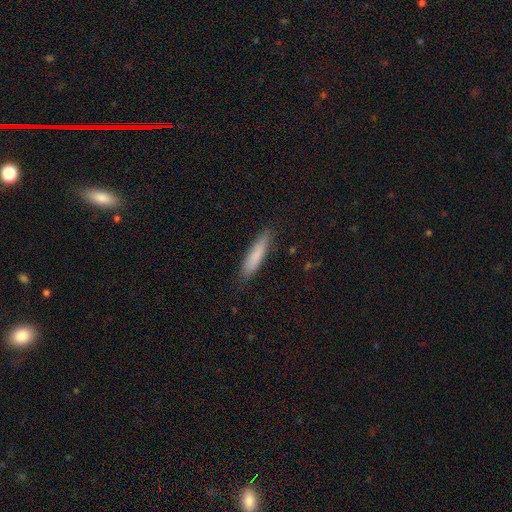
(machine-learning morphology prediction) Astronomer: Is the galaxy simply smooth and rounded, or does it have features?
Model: smooth — 82%.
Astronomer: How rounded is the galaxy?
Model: cigar-shaped — 83%.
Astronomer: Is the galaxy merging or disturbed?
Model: none — 84%.